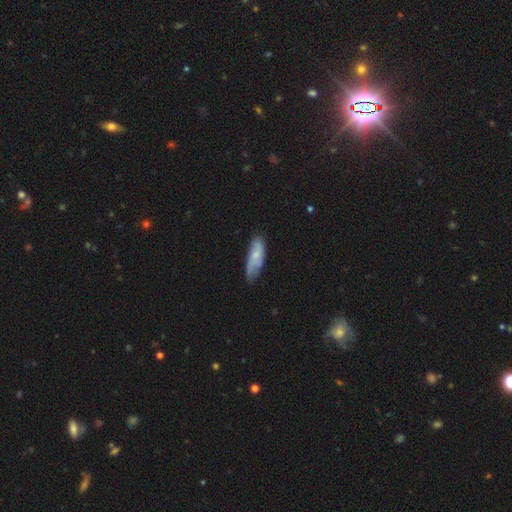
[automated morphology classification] Smooth or featured: smooth — 66% (featured or disk — 28%)
How rounded: in between — 61% (cigar-shaped — 37%)
Merging: none — 56% (minor disturbance — 34%)